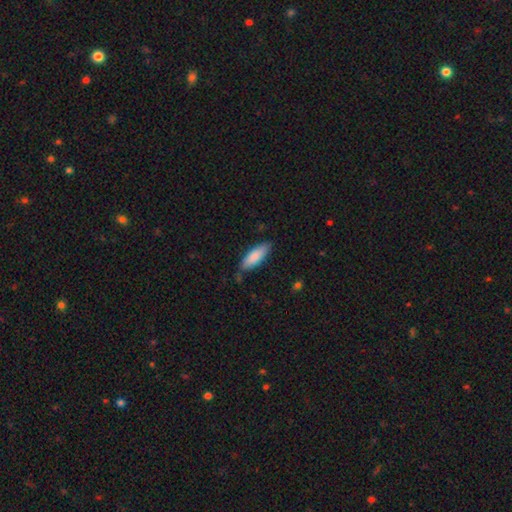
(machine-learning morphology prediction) Q: Smooth or featured?
A: smooth (85%); runner-up: featured or disk (9%)
Q: How rounded?
A: in between (61%); runner-up: cigar-shaped (38%)
Q: Merging?
A: none (76%); runner-up: minor disturbance (19%)